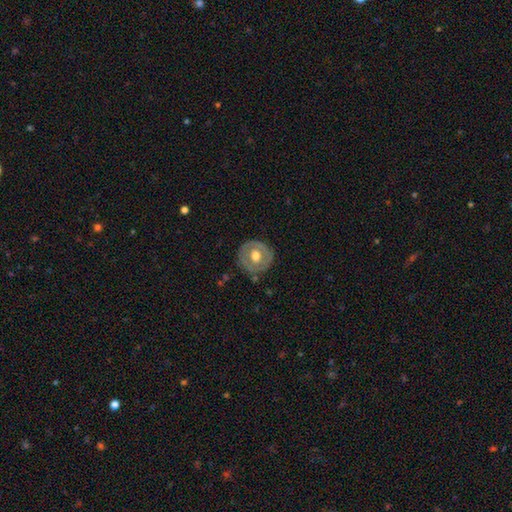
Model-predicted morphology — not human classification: smooth_or_featured: featured or disk (p=0.52) [alt: smooth p=0.43]
disk_edge_on: no (p=0.95) [alt: yes p=0.05]
merging: none (p=0.80) [alt: minor disturbance p=0.14]